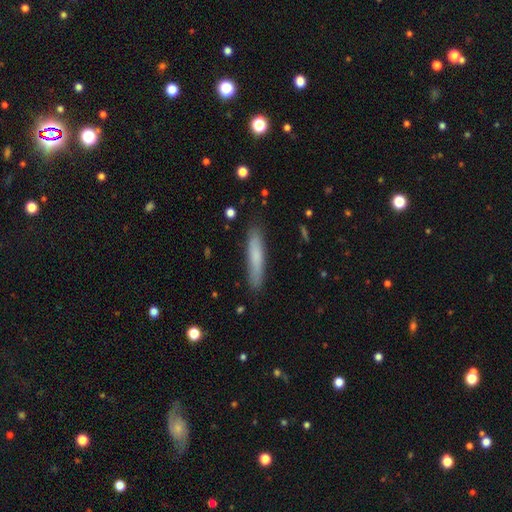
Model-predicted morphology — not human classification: Q: Smooth or featured?
A: smooth (74%); runner-up: featured or disk (20%)
Q: How rounded?
A: cigar-shaped (89%); runner-up: in between (10%)
Q: Merging?
A: none (85%); runner-up: minor disturbance (11%)